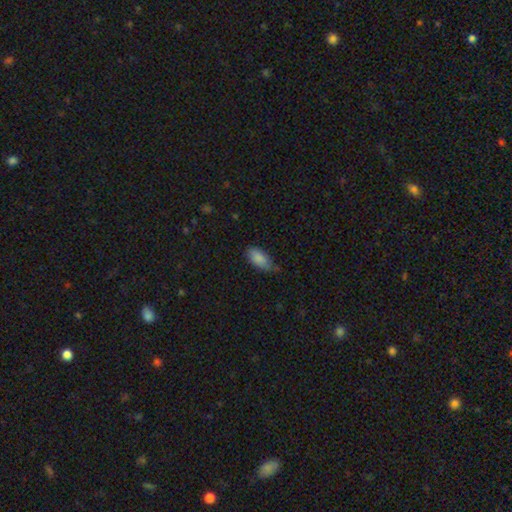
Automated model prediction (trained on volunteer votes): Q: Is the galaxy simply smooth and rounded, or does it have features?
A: smooth — 87%.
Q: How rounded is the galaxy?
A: in between — 89%.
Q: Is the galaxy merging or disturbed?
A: none — 67%.